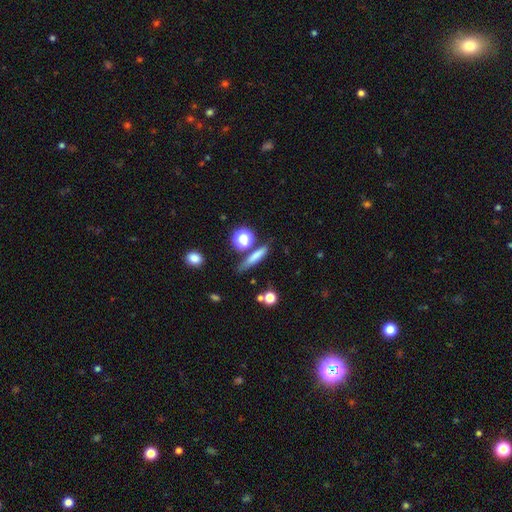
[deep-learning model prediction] The model was most divided on "smooth or featured": smooth: 69%, featured or disk: 20%, star or artifact: 12%. More confident: how rounded — cigar-shaped (76%); merging — none (71%).